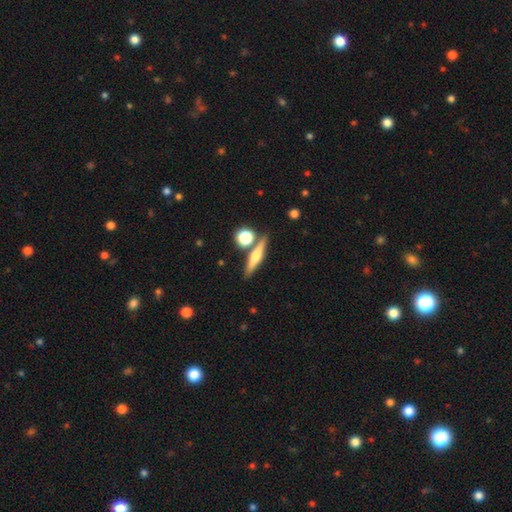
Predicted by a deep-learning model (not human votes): Q: Smooth or featured?
A: featured or disk (52%); runner-up: smooth (39%)
Q: Edge-on disk?
A: yes (94%); runner-up: no (6%)
Q: Merging?
A: none (78%); runner-up: merger (11%)